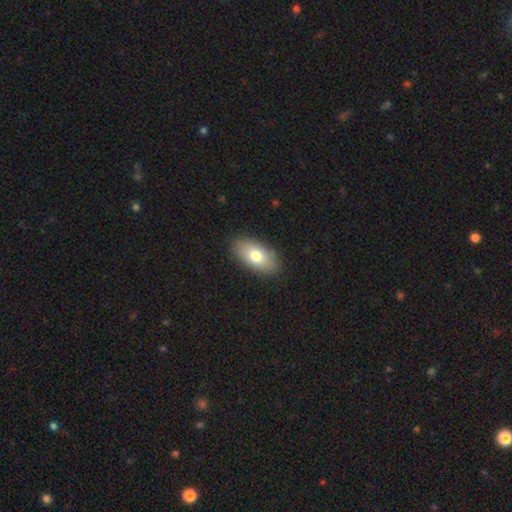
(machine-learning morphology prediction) Q: Smooth or featured?
A: smooth (77%); runner-up: featured or disk (17%)
Q: How rounded?
A: in between (92%); runner-up: cigar-shaped (4%)
Q: Merging?
A: none (88%); runner-up: minor disturbance (9%)